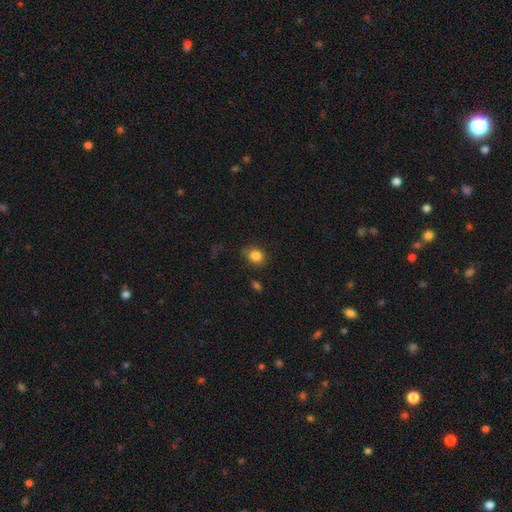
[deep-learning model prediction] A smooth galaxy with no disk features (84%) that is round (63%). Merging: none (78%).